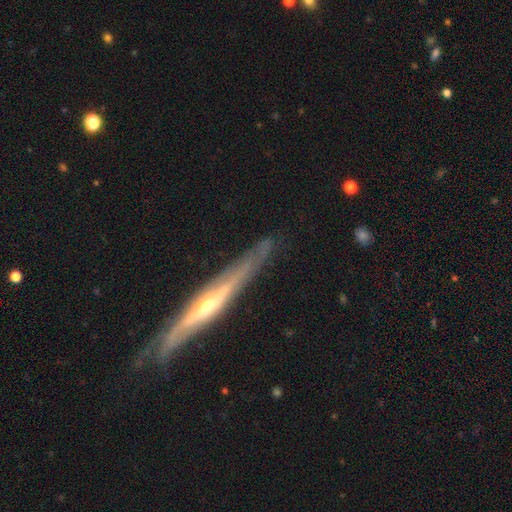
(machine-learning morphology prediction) This appears to be a featured or disk galaxy (80%) viewed edge-on (89%) with a rounded central bulge (70%). Merging: none (78%).